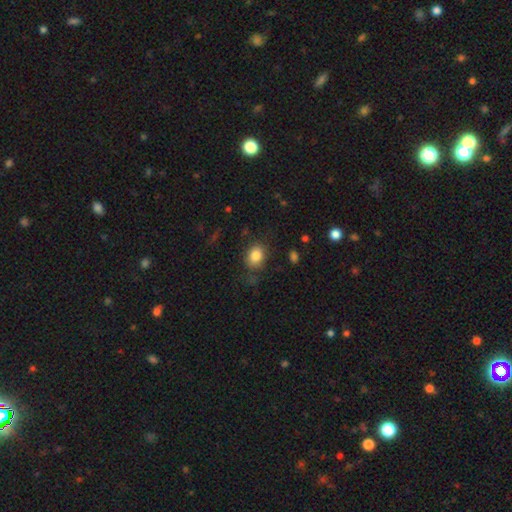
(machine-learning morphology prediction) type=smooth (84%); roundness=in between (60%); merging=none (76%).